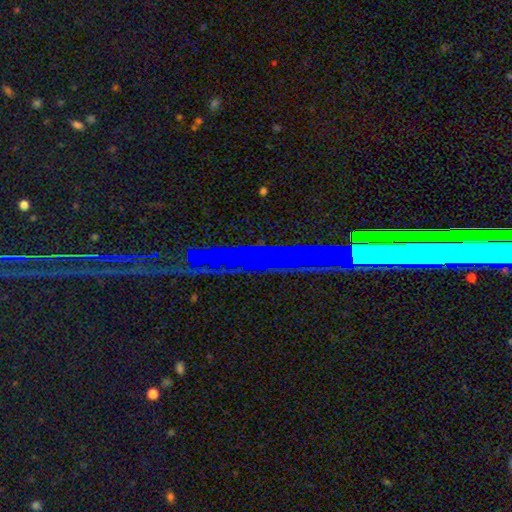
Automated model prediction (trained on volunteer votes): Morphology: type=star or artifact (49%).